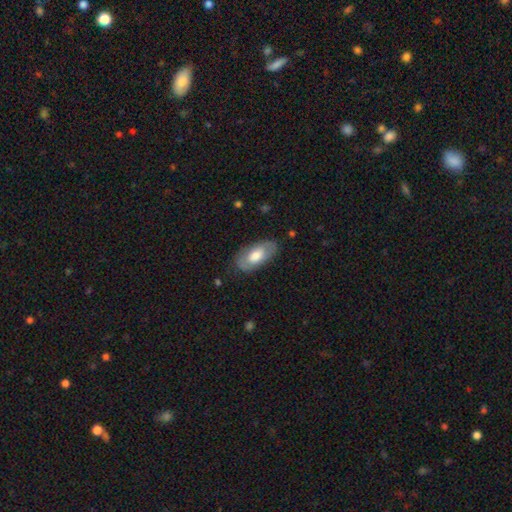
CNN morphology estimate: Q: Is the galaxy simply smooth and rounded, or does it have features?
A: smooth — 58%.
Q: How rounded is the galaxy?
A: in between — 92%.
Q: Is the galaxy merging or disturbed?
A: none — 79%.